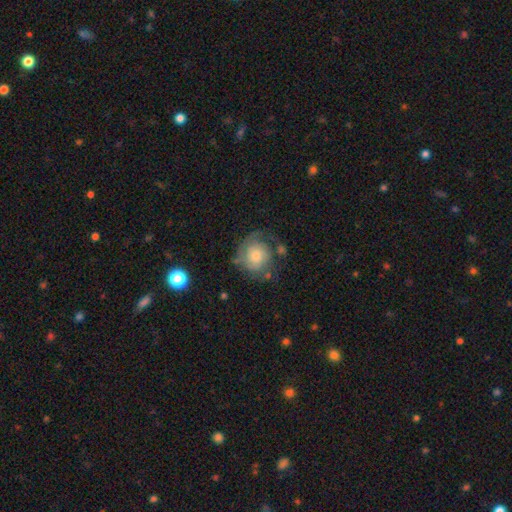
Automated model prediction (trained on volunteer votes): smooth-or-featured: featured or disk: 57% | smooth: 35% | star or artifact: 9%
  disk-edge-on: no: 97% | yes: 3%
    bar: no: 81% | weak: 17% | strong: 3%
    has-spiral-arms: yes: 83% | no: 17%
    bulge-size: moderate: 49% | small: 37% | large: 9% | none: 3% | dominant: 2%
  merging: none: 57% | minor disturbance: 22% | major disturbance: 17% | merger: 4%